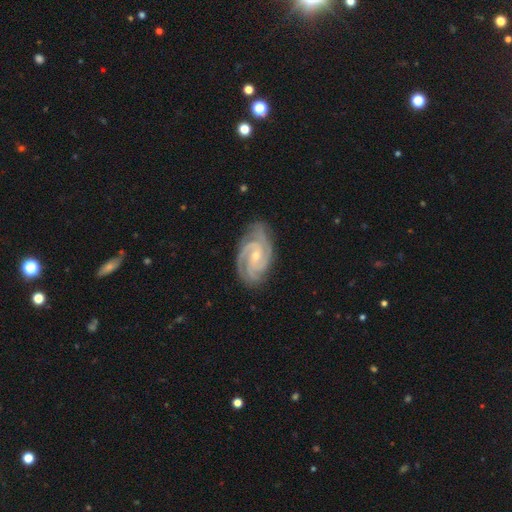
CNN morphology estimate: The model was most divided on "bar": no: 55%, weak: 33%, strong: 12%. More confident: spiral arms — yes (99%); edge-on disk — no (98%); smooth or featured — featured or disk (93%); merging — none (80%); spiral winding — tight (69%); bulge size — small (63%); spiral arm count — 3 (50%).